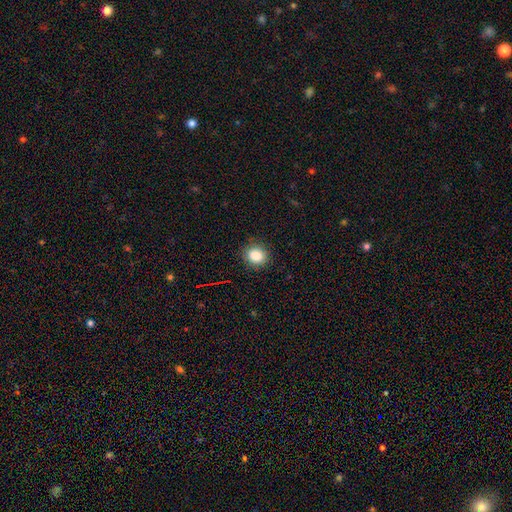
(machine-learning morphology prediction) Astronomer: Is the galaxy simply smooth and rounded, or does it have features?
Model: smooth — 84%.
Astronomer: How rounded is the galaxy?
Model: round — 70%.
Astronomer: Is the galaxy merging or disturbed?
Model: none — 88%.